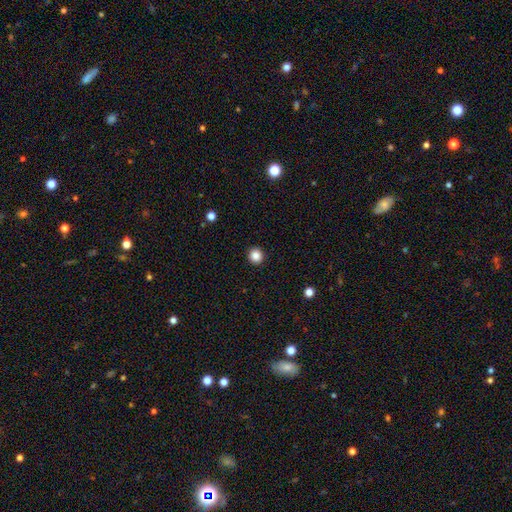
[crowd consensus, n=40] Smooth or featured?
  - smooth: 88% *
  - star or artifact: 10%
  - featured or disk: 2%
How rounded?
  - round: 100% *
  - in between: 0%
  - cigar-shaped: 0%
Merging?
  - none: 94% *
  - minor disturbance: 6%
  - major disturbance: 0%
  - merger: 0%